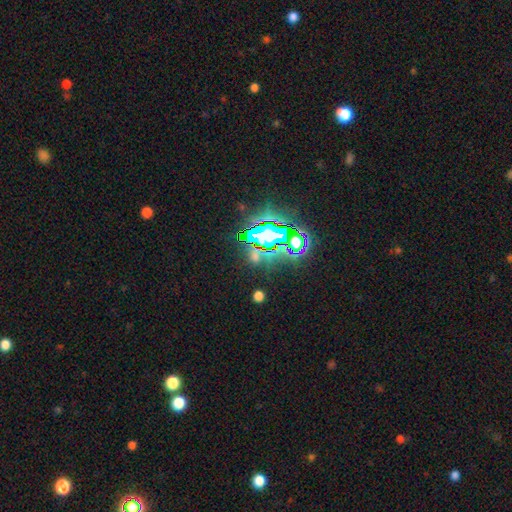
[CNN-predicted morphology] Overall: star or artifact (64%; smooth 25%).